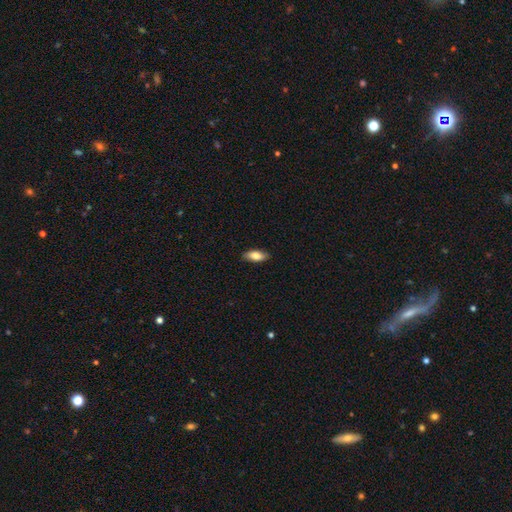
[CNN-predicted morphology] Q: Smooth or featured?
A: smooth (81%); runner-up: featured or disk (12%)
Q: How rounded?
A: in between (84%); runner-up: cigar-shaped (14%)
Q: Merging?
A: none (87%); runner-up: minor disturbance (10%)